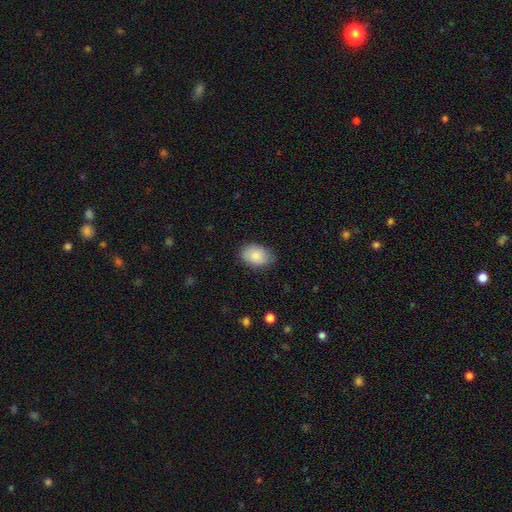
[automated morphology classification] type=smooth (85%); roundness=in between (84%); merging=none (78%).